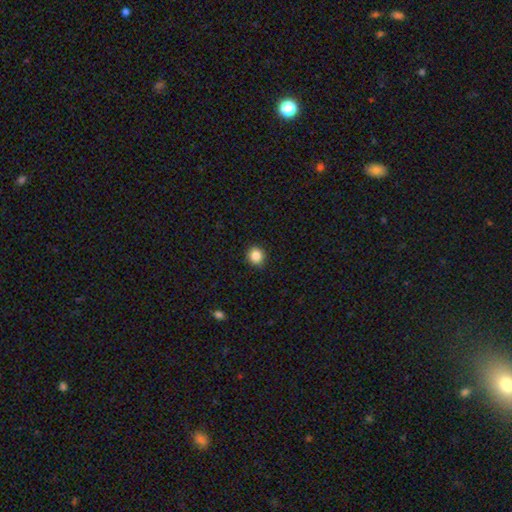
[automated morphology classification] A smooth galaxy with no disk features (86%) that is round (89%). Merging: none (90%).